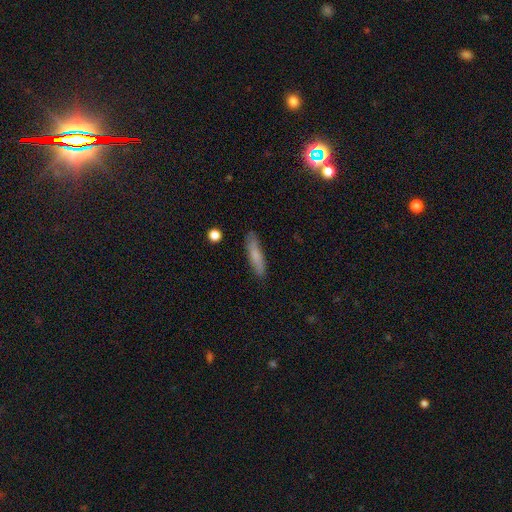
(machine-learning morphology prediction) type=smooth (75%); roundness=cigar-shaped (81%); merging=none (86%).